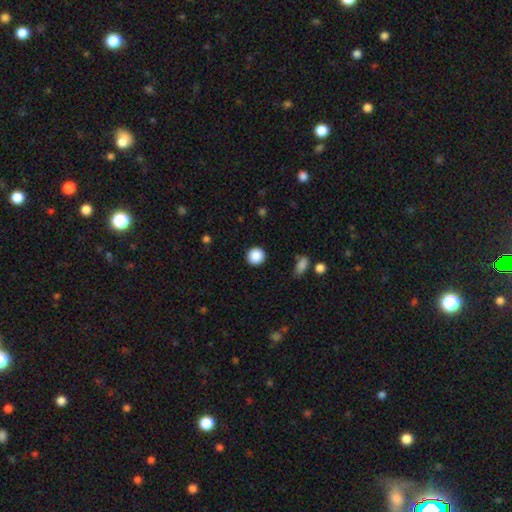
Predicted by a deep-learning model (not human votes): A smooth galaxy with no disk features (88%) that is round (94%).

Vote fractions:
- Smooth or featured? smooth: 88% / star or artifact: 9% / featured or disk: 3%
- How rounded? round: 94% / in between: 5% / cigar-shaped: 1%
- Merging? none: 91% / minor disturbance: 6% / major disturbance: 2% / merger: 1%